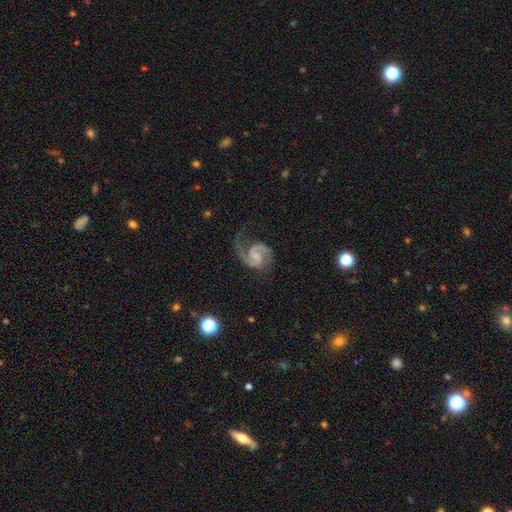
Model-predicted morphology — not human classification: smooth_or_featured: featured or disk (p=0.92) [alt: smooth p=0.04]
disk_edge_on: no (p=0.98) [alt: yes p=0.02]
bar: no (p=0.49) [alt: weak p=0.40]
has_spiral_arms: yes (p=0.98) [alt: no p=0.02]
spiral_winding: medium (p=0.59) [alt: tight p=0.25]
spiral_arm_count: 2 (p=0.92) [alt: 1 p=0.04]
bulge_size: none (p=0.42) [alt: small p=0.38]
merging: none (p=0.68) [alt: minor disturbance p=0.18]